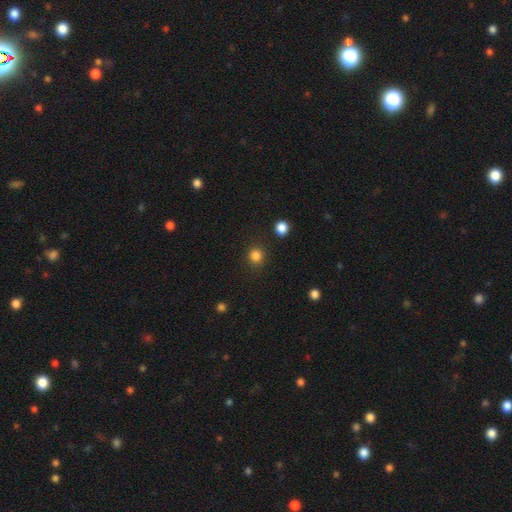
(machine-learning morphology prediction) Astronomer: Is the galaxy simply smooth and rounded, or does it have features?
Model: smooth — 84%.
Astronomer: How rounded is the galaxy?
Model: round — 90%.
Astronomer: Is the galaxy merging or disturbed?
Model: none — 86%.